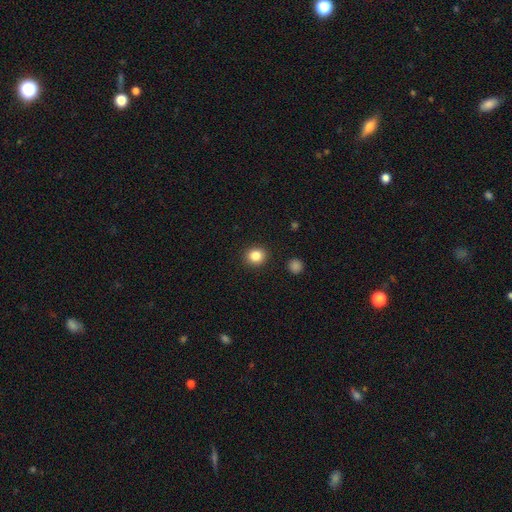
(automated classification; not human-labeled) Smooth or featured? smooth (84%)
How rounded? round (85%)
Merging? none (91%)